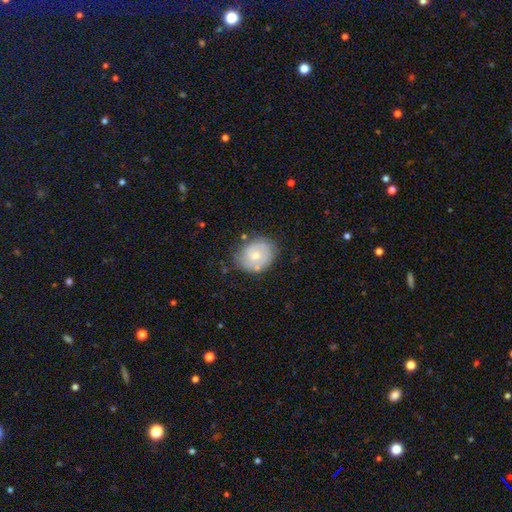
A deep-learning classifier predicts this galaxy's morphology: This is possibly a smooth galaxy (50%). Merging: likely none (69%).